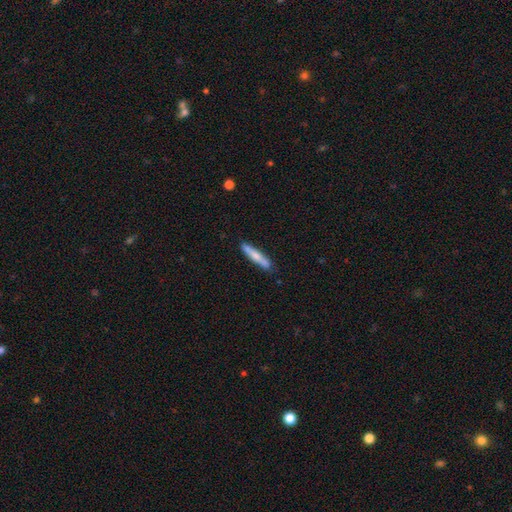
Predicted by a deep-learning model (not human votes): Smooth or featured? Predicted: smooth (p=0.65). How rounded? Predicted: cigar-shaped (p=0.92). Merging? Predicted: none (p=0.85).